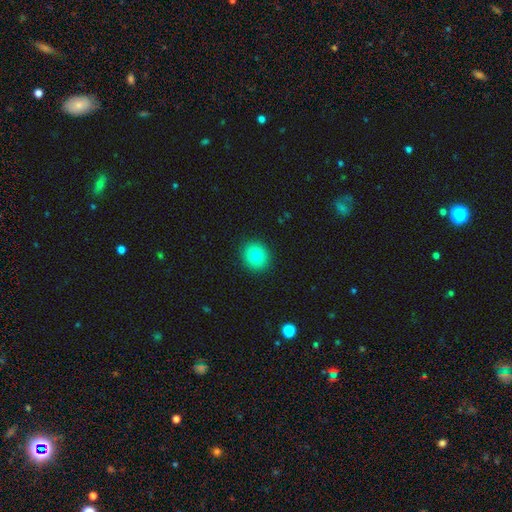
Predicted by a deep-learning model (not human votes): This is likely a smooth galaxy (80%). How rounded: clearly round (86%). Merging: clearly none (91%).